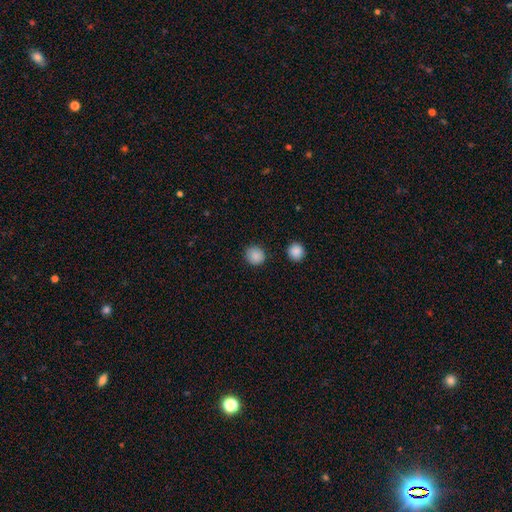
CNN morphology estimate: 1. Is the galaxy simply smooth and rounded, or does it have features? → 87% smooth, 9% star or artifact, 3% featured or disk.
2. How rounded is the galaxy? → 89% round, 10% in between, 1% cigar-shaped.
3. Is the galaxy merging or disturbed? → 87% none, 8% minor disturbance, 3% merger, 2% major disturbance.